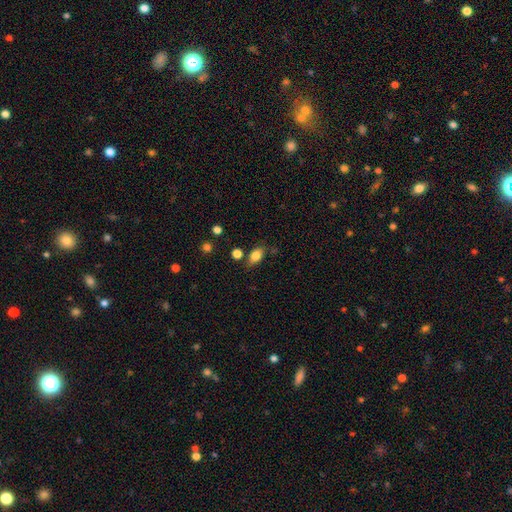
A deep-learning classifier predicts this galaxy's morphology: This is clearly a smooth galaxy (83%). How rounded: clearly in between (84%). Merging: likely none (72%).